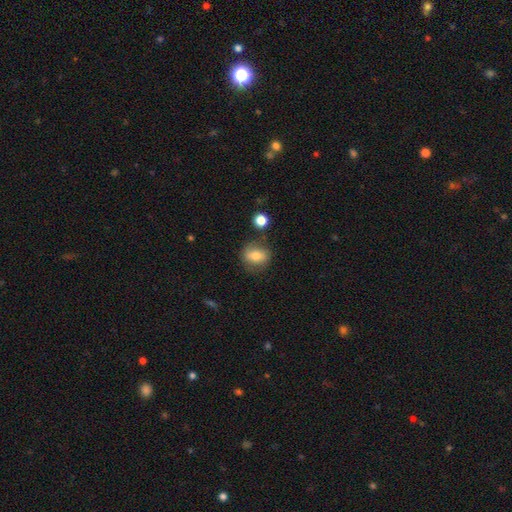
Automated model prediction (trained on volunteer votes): Smooth or featured?
  - smooth: 73% *
  - featured or disk: 18%
  - star or artifact: 9%
How rounded?
  - round: 56% *
  - in between: 43%
  - cigar-shaped: 2%
Merging?
  - none: 75% *
  - minor disturbance: 15%
  - major disturbance: 5%
  - merger: 5%